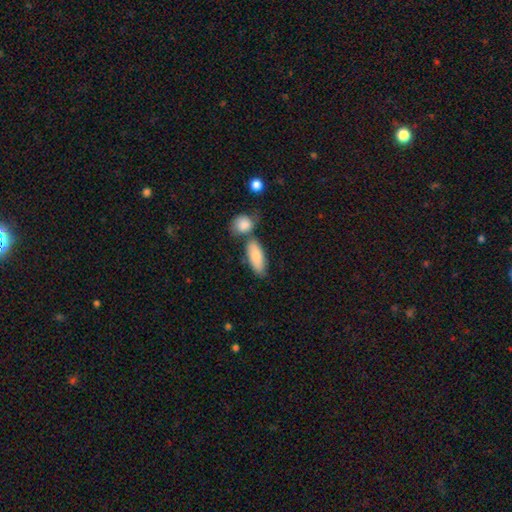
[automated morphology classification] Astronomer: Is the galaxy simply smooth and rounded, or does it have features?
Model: smooth — 83%.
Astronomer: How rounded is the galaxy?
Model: in between — 78%.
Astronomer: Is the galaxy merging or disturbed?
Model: none — 53% (runner-up: merger, 29%).